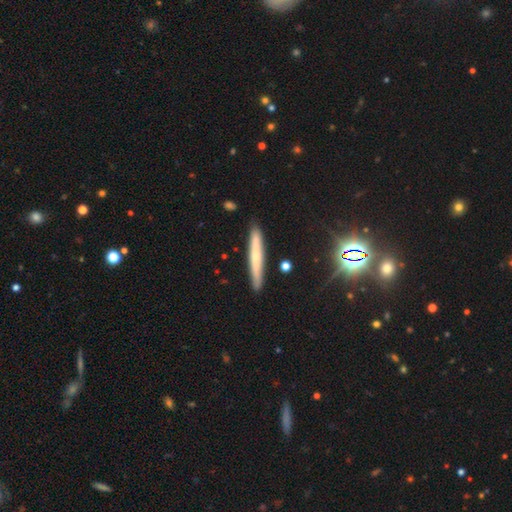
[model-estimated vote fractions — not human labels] This is possibly a smooth galaxy (54%). How rounded: clearly cigar-shaped (95%). Merging: clearly none (89%).